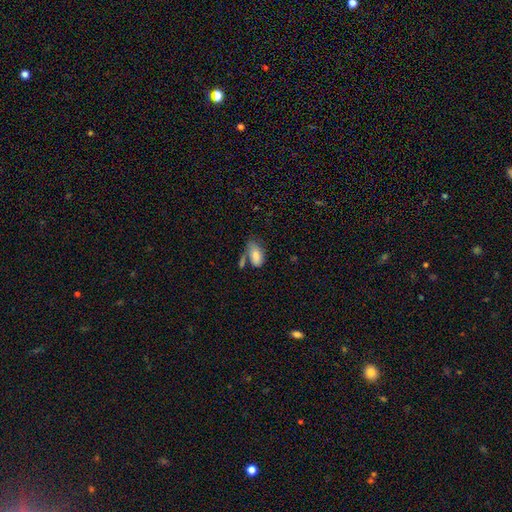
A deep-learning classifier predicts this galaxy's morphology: A smooth galaxy with no disk features (78%) that is in between round and cigar-shaped (92%). Merging: none (39%).